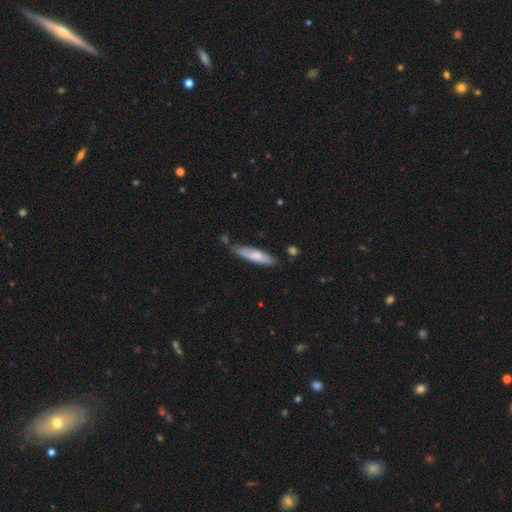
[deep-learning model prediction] Morphology: type=smooth (73%); roundness=cigar-shaped (75%); merging=none (71%).